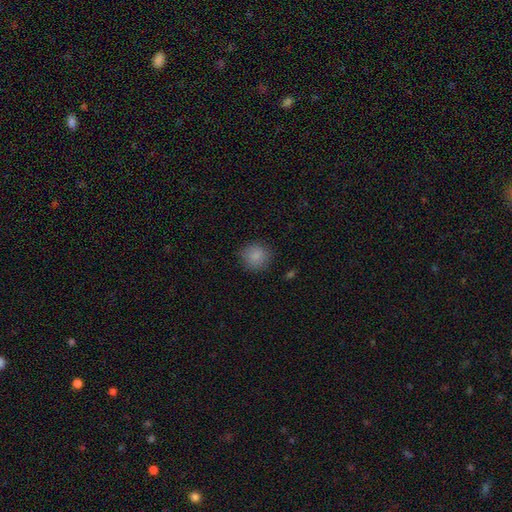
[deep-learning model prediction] smooth_or_featured: smooth (p=0.86) [alt: star or artifact p=0.09]
how_rounded: round (p=0.88) [alt: in between p=0.11]
merging: none (p=0.84) [alt: minor disturbance p=0.12]